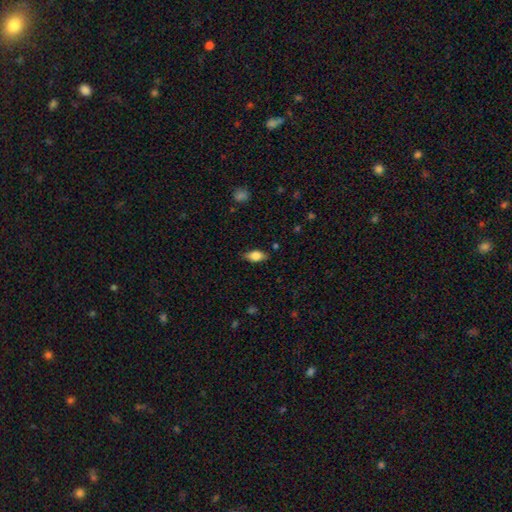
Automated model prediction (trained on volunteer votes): Smooth or featured? Predicted: smooth (p=0.72). How rounded? Predicted: in between (p=0.84). Merging? Predicted: none (p=0.81).